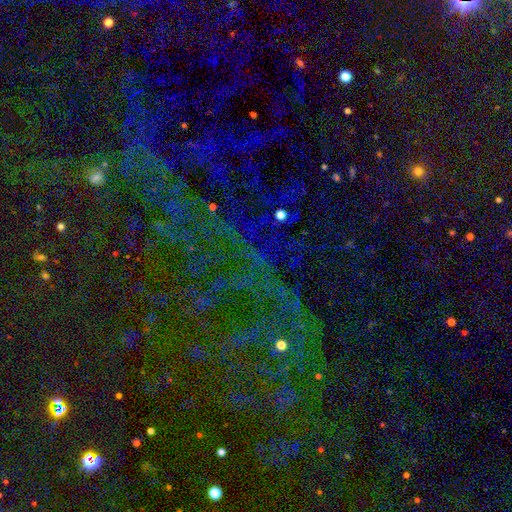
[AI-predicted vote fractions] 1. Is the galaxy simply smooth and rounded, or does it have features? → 81% star or artifact, 10% smooth, 9% featured or disk.